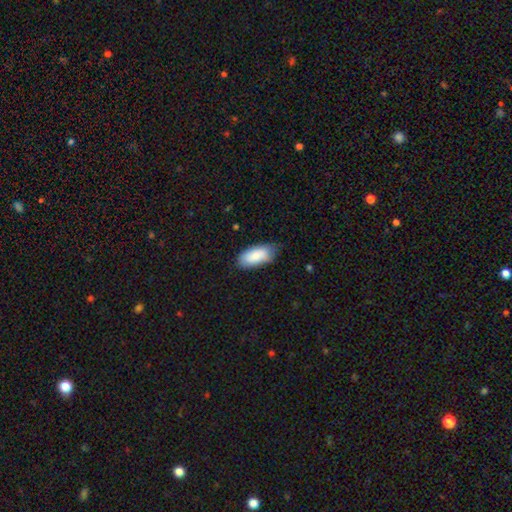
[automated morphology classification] Smooth or featured?
  - smooth: 87% *
  - featured or disk: 8%
  - star or artifact: 6%
How rounded?
  - in between: 91% *
  - cigar-shaped: 7%
  - round: 2%
Merging?
  - none: 69% *
  - minor disturbance: 26%
  - major disturbance: 4%
  - merger: 1%